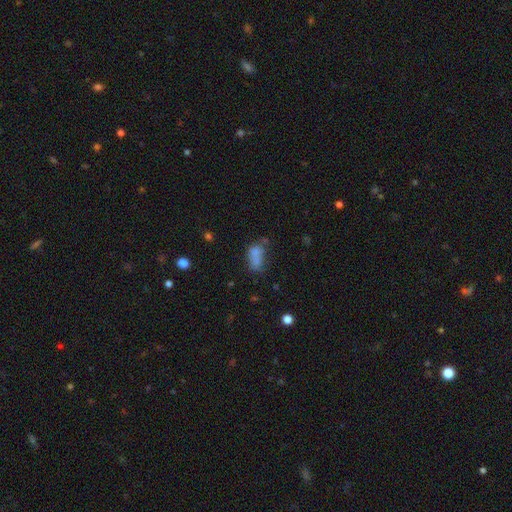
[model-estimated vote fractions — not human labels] A smooth galaxy with no disk features (71%) that is in between round and cigar-shaped (83%). Merging: none (32%).